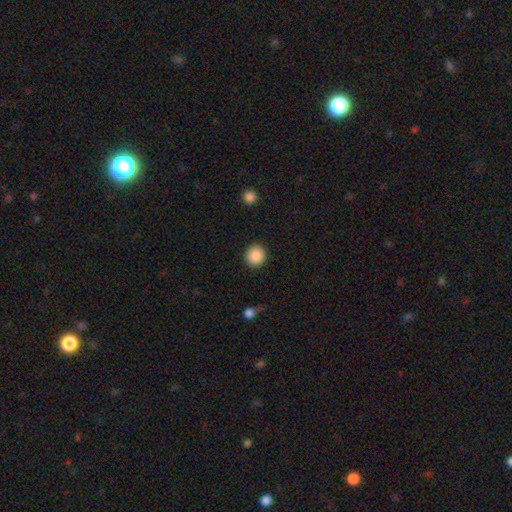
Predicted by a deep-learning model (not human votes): A smooth galaxy with no disk features (89%) that is round (84%). Merging: none (91%).